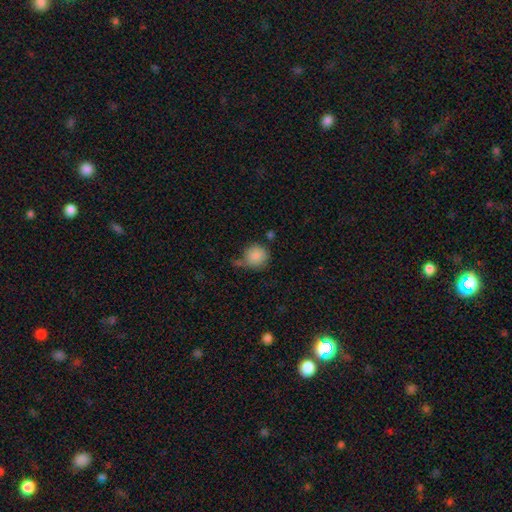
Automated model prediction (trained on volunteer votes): Smooth or featured: smooth — 87% (star or artifact — 8%)
How rounded: round — 88% (in between — 11%)
Merging: none — 56% (minor disturbance — 24%)